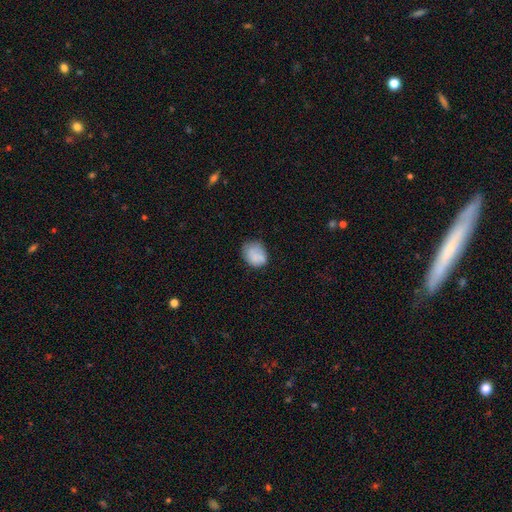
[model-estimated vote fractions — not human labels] Smooth or featured: smooth — 82% (featured or disk — 9%)
How rounded: in between — 50% (round — 49%)
Merging: none — 63% (minor disturbance — 27%)